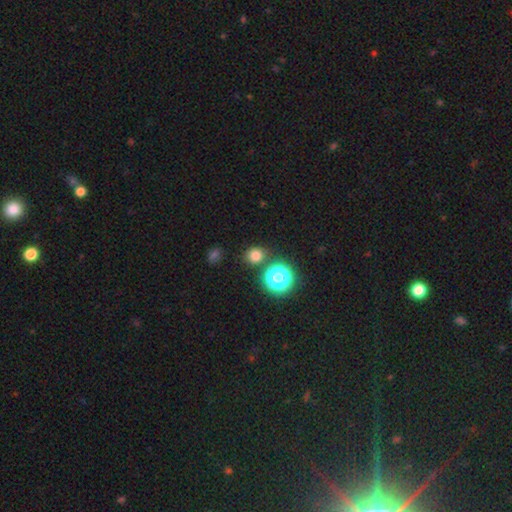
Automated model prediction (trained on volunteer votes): This appears to be a smooth galaxy with no disk features (74%) that is round (78%). Merging: none (82%).